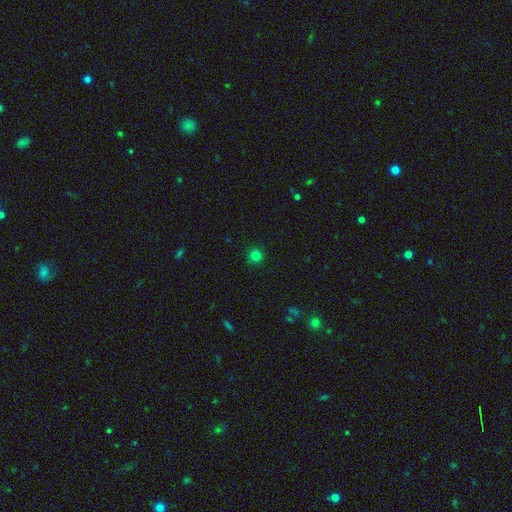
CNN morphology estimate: Smooth or featured? smooth (80%)
How rounded? round (95%)
Merging? none (92%)